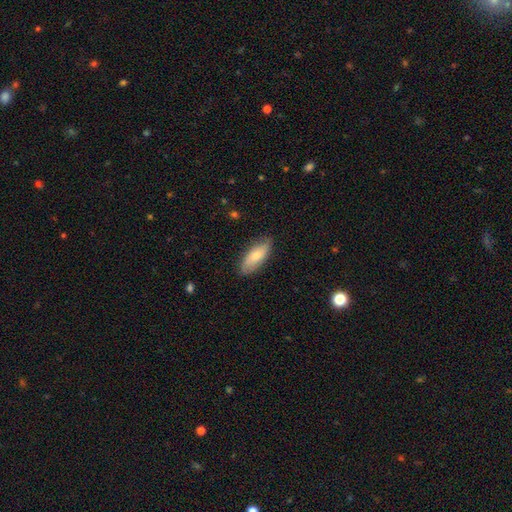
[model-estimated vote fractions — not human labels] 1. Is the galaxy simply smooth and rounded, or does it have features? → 70% smooth, 25% featured or disk, 6% star or artifact.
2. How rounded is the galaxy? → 81% in between, 17% cigar-shaped, 2% round.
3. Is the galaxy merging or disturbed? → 83% none, 14% minor disturbance, 3% major disturbance, 1% merger.